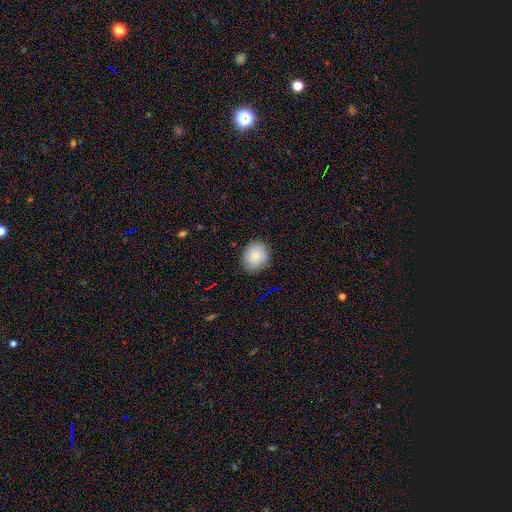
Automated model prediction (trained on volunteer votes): A smooth galaxy with no disk features (81%) that is round (72%). Merging: none (84%).